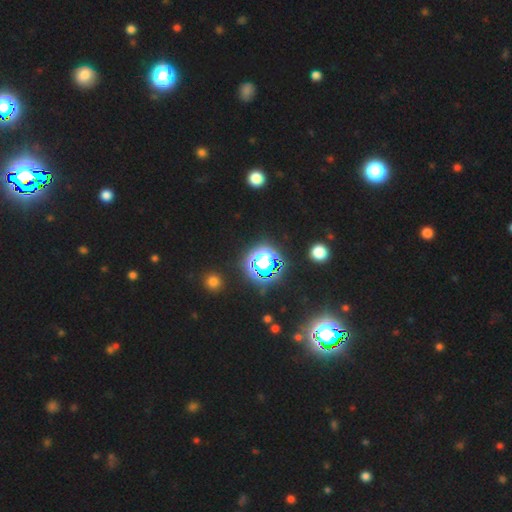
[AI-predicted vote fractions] A star or artifact, not a galaxy (78%).